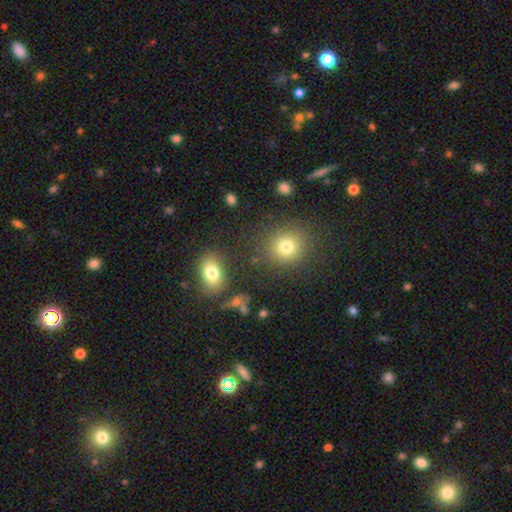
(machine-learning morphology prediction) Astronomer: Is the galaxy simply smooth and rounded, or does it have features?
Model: smooth — 64%.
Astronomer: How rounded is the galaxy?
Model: round — 72%.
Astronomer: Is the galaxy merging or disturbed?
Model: none — 83%.